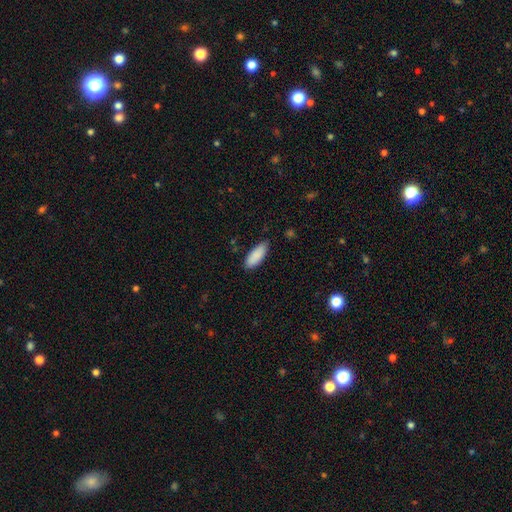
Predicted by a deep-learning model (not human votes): Morphology: type=smooth (90%); roundness=in between (76%); merging=none (82%).